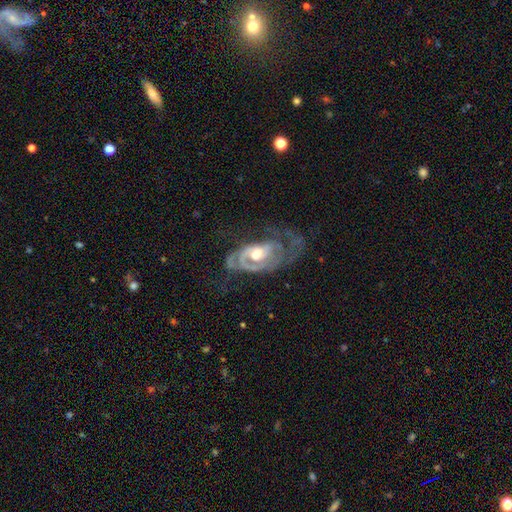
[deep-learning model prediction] Smooth or featured?
  - featured or disk: 85% *
  - smooth: 10%
  - star or artifact: 5%
Edge-on disk?
  - no: 95% *
  - yes: 5%
Bar?
  - no: 59% *
  - weak: 31%
  - strong: 10%
Spiral arms?
  - yes: 89% *
  - no: 11%
Spiral winding?
  - tight: 49% *
  - medium: 36%
  - loose: 15%
Spiral arm count?
  - 2: 40% *
  - 1: 24%
  - can't tell: 22%
  - 3: 9%
  - 4: 3%
  - more than 4: 3%
Bulge size?
  - moderate: 71% *
  - small: 17%
  - large: 9%
  - none: 1%
  - dominant: 1%
Merging?
  - major disturbance: 38% * (tied)
  - none: 38% * (tied)
  - minor disturbance: 22%
  - merger: 2%